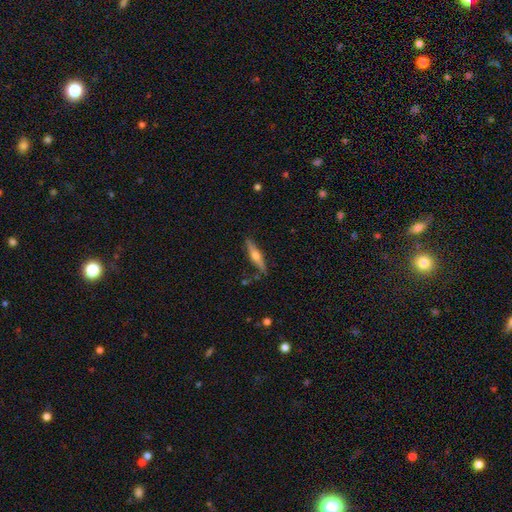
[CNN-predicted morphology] type=featured or disk (56%); edge-on=yes (95%); edge-on bulge=rounded (92%); merging=none (84%).